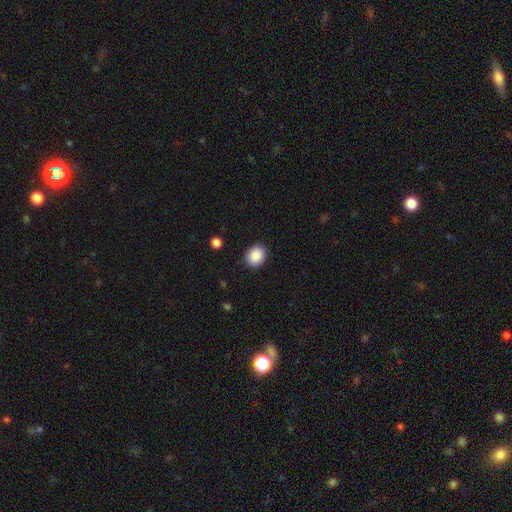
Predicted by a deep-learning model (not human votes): A smooth galaxy with no disk features (89%) that is round (55%). Merging: none (90%).